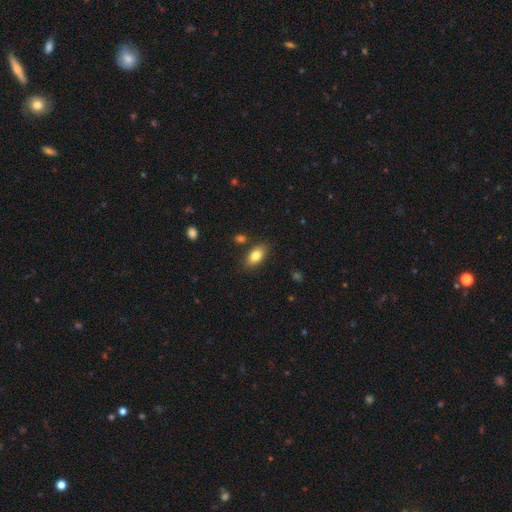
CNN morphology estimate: This is clearly a smooth galaxy (82%). How rounded: clearly in between (90%). Merging: clearly none (83%).